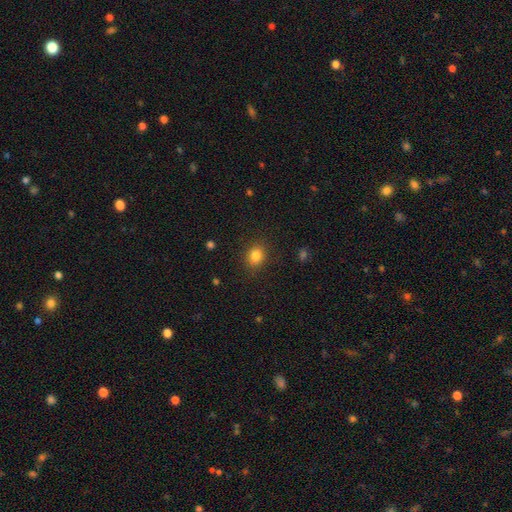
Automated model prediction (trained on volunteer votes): Overall: smooth (83%). How rounded: round (57%; in between 42%). Merging: none (87%).